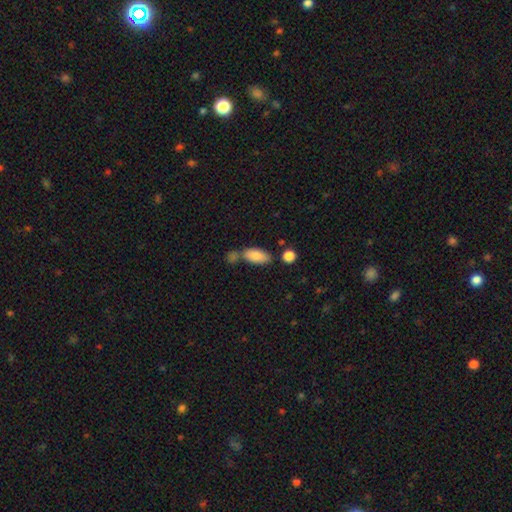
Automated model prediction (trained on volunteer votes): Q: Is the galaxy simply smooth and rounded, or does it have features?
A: smooth — 85%.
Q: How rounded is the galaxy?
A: in between — 87%.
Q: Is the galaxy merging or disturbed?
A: none — 58%.